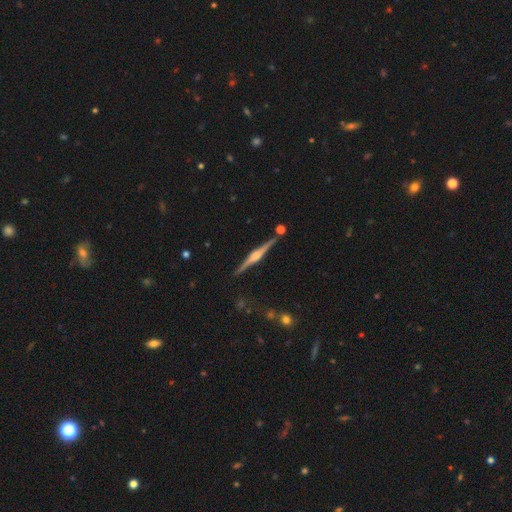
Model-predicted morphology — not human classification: This appears to be a featured or disk galaxy (83%) viewed edge-on (98%) with a rounded central bulge (80%). Merging: none (87%).